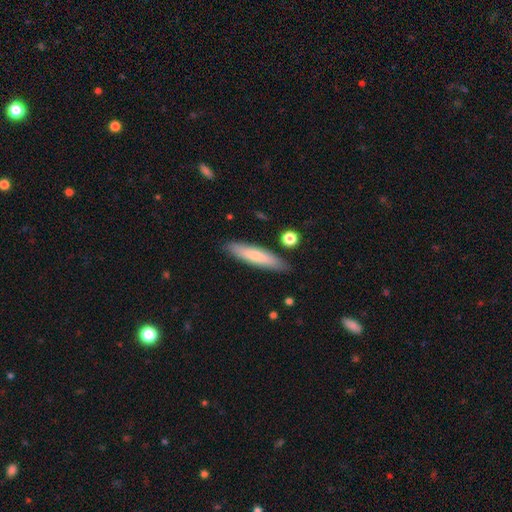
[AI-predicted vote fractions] A smooth galaxy with no disk features (71%) that is cigar-shaped (83%).

Vote fractions:
- Smooth or featured? smooth: 71% / featured or disk: 23% / star or artifact: 6%
- How rounded? cigar-shaped: 83% / in between: 16% / round: 1%
- Merging? none: 86% / minor disturbance: 10% / major disturbance: 2% / merger: 2%